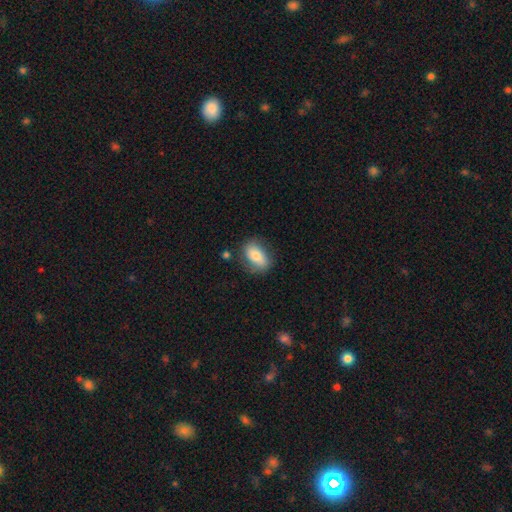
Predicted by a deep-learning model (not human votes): The model was most divided on "smooth or featured": smooth: 71%, featured or disk: 22%, star or artifact: 7%. More confident: how rounded — in between (85%); merging — none (71%).